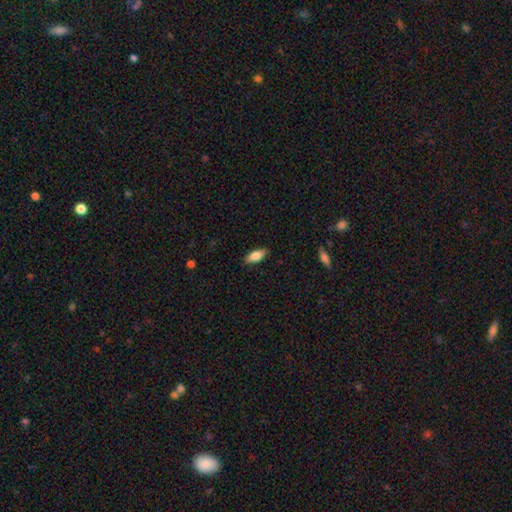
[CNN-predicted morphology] The model was most divided on "smooth or featured": smooth: 78%, featured or disk: 15%, star or artifact: 6%. More confident: merging — none (87%); how rounded — in between (81%).